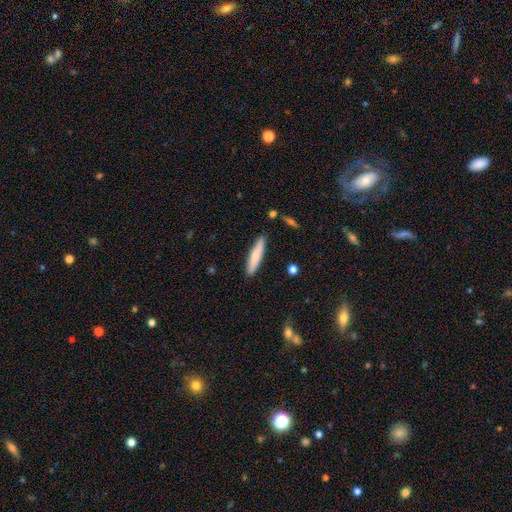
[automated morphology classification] This is likely a smooth galaxy (74%). How rounded: clearly cigar-shaped (87%). Merging: clearly none (88%).